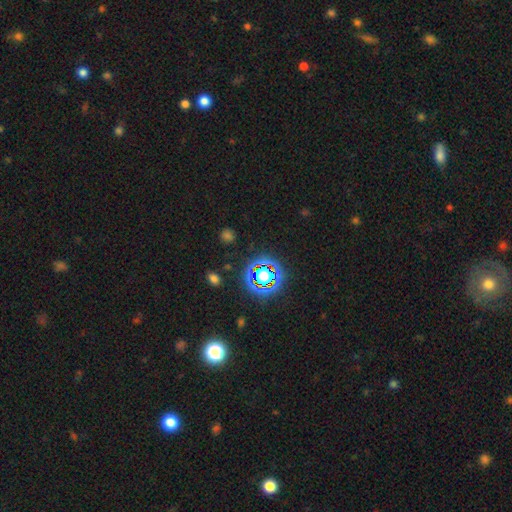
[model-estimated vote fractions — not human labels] A star or artifact, not a galaxy (74%).

Vote fractions:
- Smooth or featured? star or artifact: 74% / smooth: 18% / featured or disk: 8%